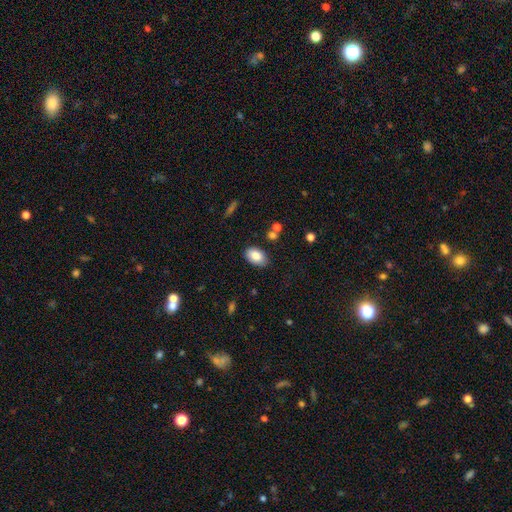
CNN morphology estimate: Q: Smooth or featured?
A: smooth (83%); runner-up: featured or disk (9%)
Q: How rounded?
A: in between (89%); runner-up: round (10%)
Q: Merging?
A: none (83%); runner-up: minor disturbance (12%)